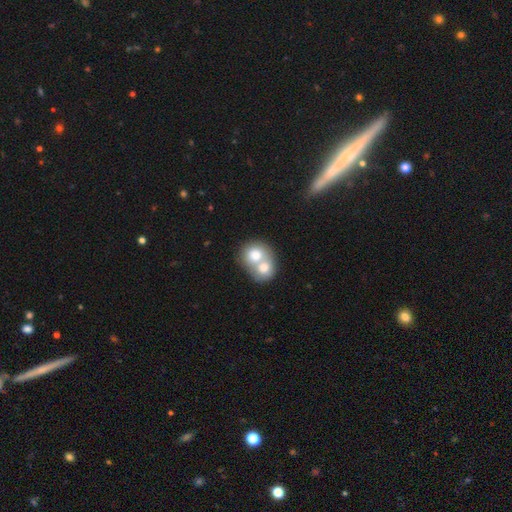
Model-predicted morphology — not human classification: The model was most divided on "how rounded": round: 67%, in between: 32%, cigar-shaped: 1%. More confident: merging — merger (76%); smooth or featured — smooth (70%).